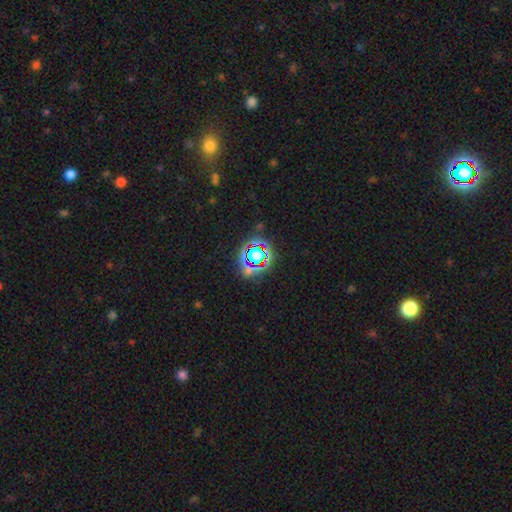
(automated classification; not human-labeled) A star or artifact, not a galaxy (63%).